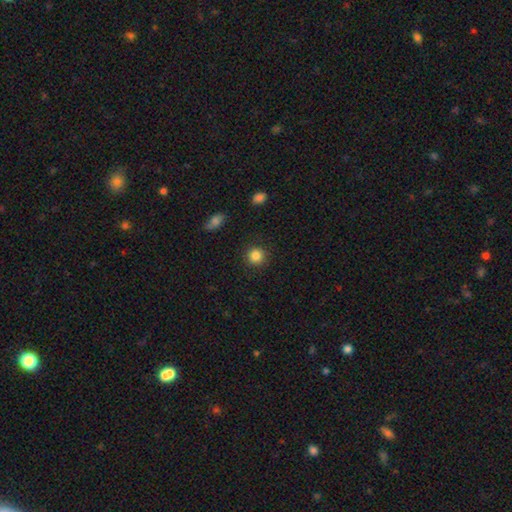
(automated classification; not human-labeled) This appears to be a smooth galaxy with no disk features (86%) that is round (92%). Merging: none (90%).